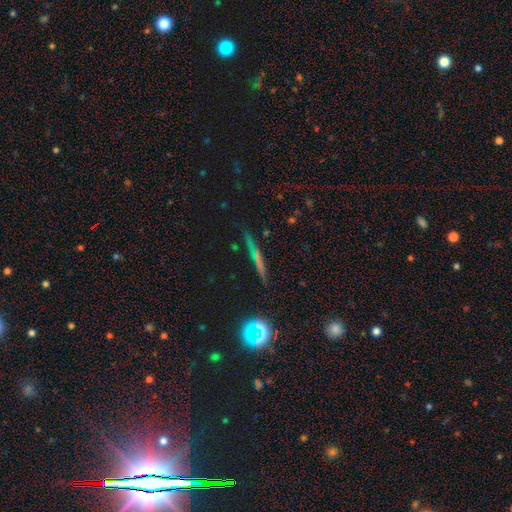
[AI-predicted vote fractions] Overall: featured or disk (47%; smooth 28%). Merging: none (89%).